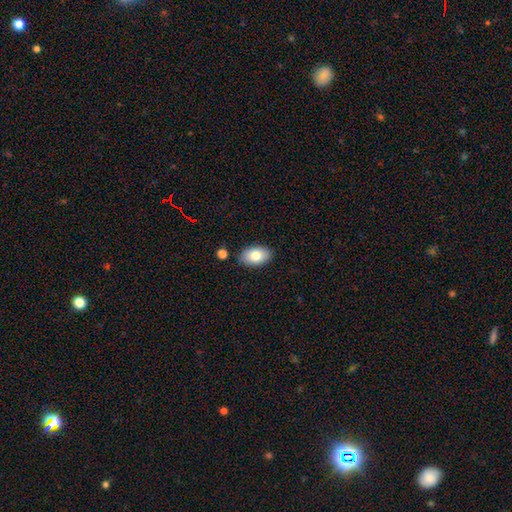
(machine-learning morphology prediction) A smooth galaxy with no disk features (80%) that is in between round and cigar-shaped (91%).

Vote fractions:
- Smooth or featured? smooth: 80% / featured or disk: 13% / star or artifact: 7%
- How rounded? in between: 91% / round: 8% / cigar-shaped: 1%
- Merging? none: 85% / minor disturbance: 10% / merger: 3% / major disturbance: 2%